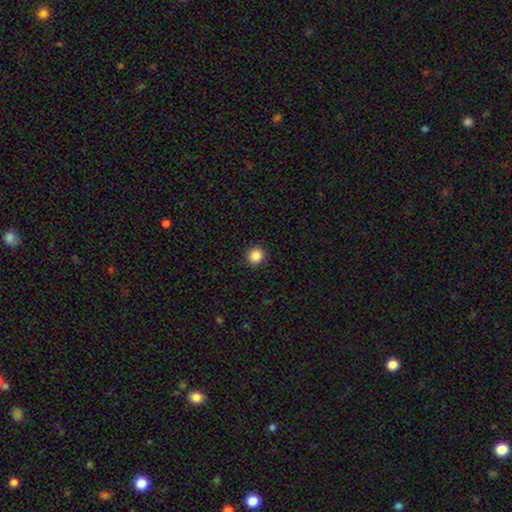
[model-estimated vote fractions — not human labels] The model was most divided on "smooth or featured": smooth: 86%, star or artifact: 10%, featured or disk: 3%. More confident: how rounded — round (93%); merging — none (92%).